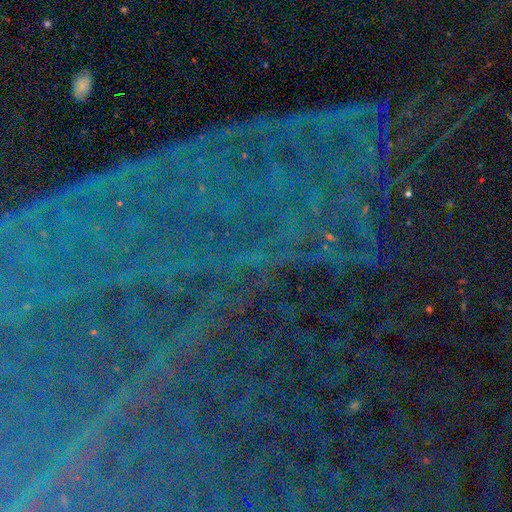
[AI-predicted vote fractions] Q: Smooth or featured?
A: star or artifact (87%); runner-up: smooth (7%)